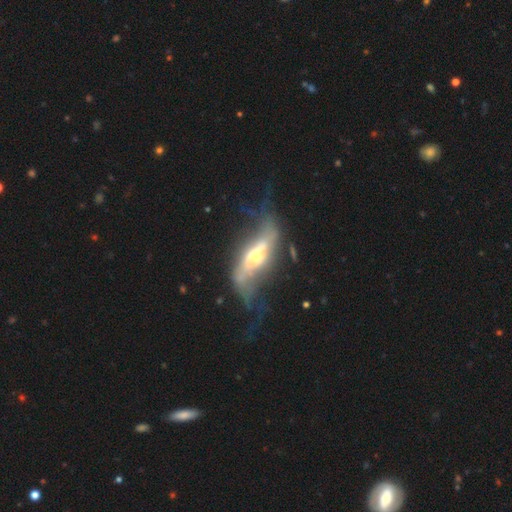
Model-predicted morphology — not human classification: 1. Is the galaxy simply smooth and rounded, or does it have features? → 75% featured or disk, 19% smooth, 6% star or artifact.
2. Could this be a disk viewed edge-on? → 64% no, 36% yes.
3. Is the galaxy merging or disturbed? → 35% major disturbance (tied), 35% none (tied), 22% minor disturbance, 7% merger.